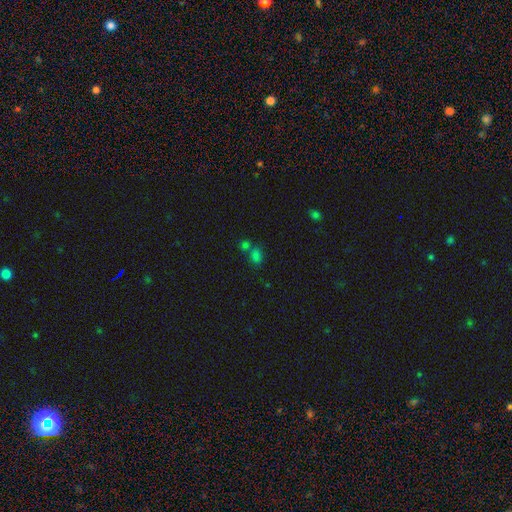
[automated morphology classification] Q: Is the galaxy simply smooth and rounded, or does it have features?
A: smooth — 66%.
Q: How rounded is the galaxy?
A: in between — 60%.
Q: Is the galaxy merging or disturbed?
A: none — 44%.